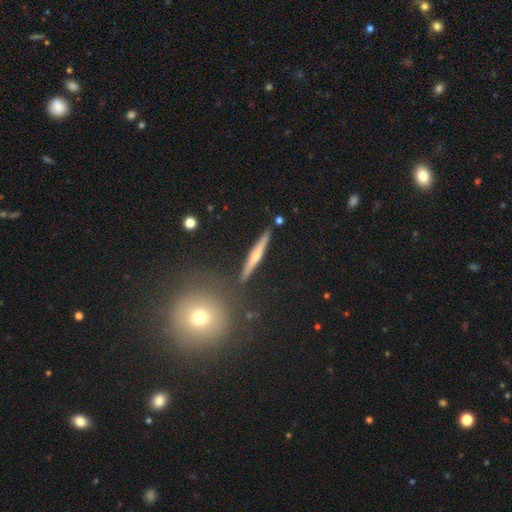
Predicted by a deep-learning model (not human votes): Q: Smooth or featured?
A: featured or disk (60%); runner-up: smooth (32%)
Q: Edge-on disk?
A: yes (95%); runner-up: no (5%)
Q: Edge-on bulge?
A: rounded (76%); runner-up: none (19%)
Q: Merging?
A: none (87%); runner-up: minor disturbance (8%)